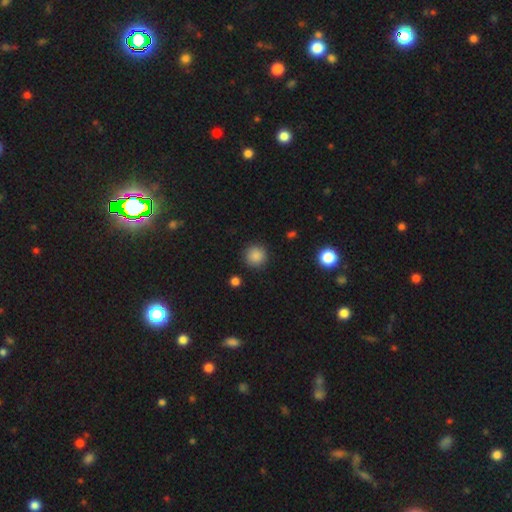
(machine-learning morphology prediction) Smooth or featured? smooth (86%)
How rounded? round (94%)
Merging? none (90%)